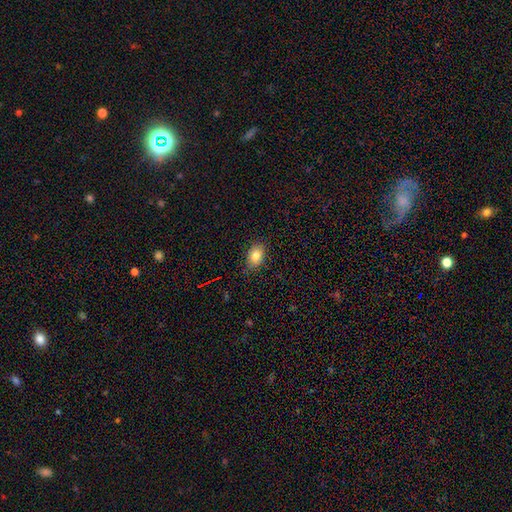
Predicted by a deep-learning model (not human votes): Smooth or featured: smooth — 82% (featured or disk — 9%)
How rounded: in between — 81% (round — 18%)
Merging: none — 85% (minor disturbance — 11%)